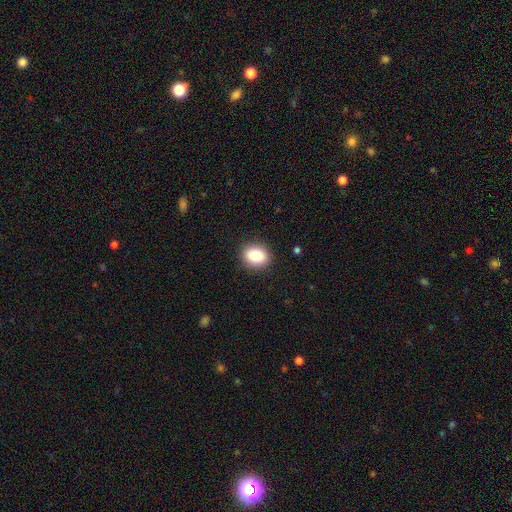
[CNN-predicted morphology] smooth-or-featured: smooth: 84% | star or artifact: 9% | featured or disk: 7%
  how-rounded: in between: 49% (tied) | round: 49% (tied) | cigar-shaped: 1%
  merging: none: 89% | minor disturbance: 8% | major disturbance: 2% | merger: 1%